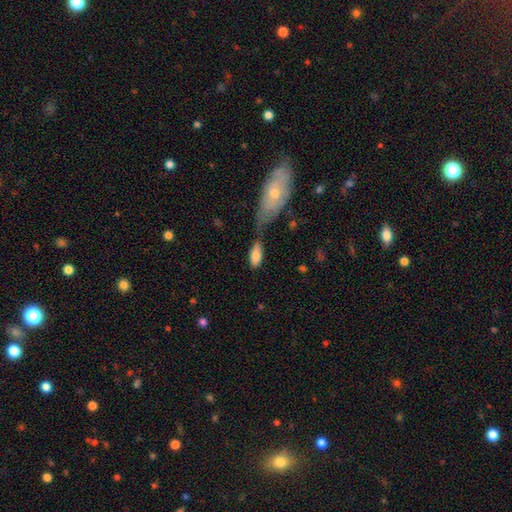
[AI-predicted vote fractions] A smooth galaxy with no disk features (81%) that is in between round and cigar-shaped (86%). Merging: none (45%).